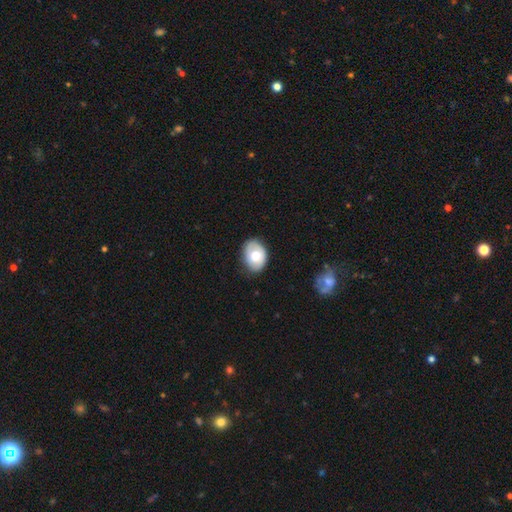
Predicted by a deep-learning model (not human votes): Morphology: type=smooth (65%); roundness=in between (67%); merging=none (80%).